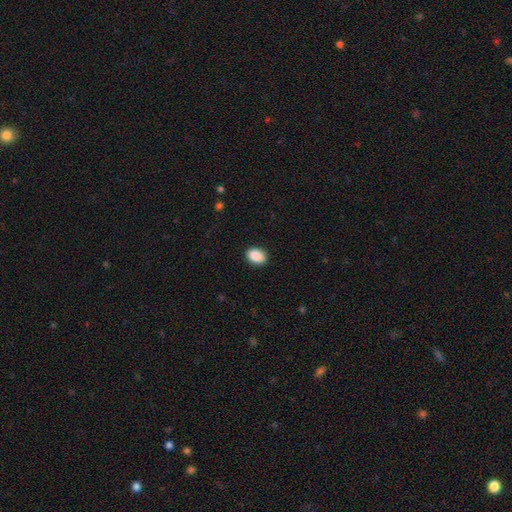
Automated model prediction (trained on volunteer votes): A smooth galaxy with no disk features (90%) that is in between round and cigar-shaped (77%).

Vote fractions:
- Smooth or featured? smooth: 90% / star or artifact: 7% / featured or disk: 3%
- How rounded? in between: 77% / round: 22% / cigar-shaped: 1%
- Merging? none: 90% / minor disturbance: 7% / major disturbance: 2% / merger: 1%